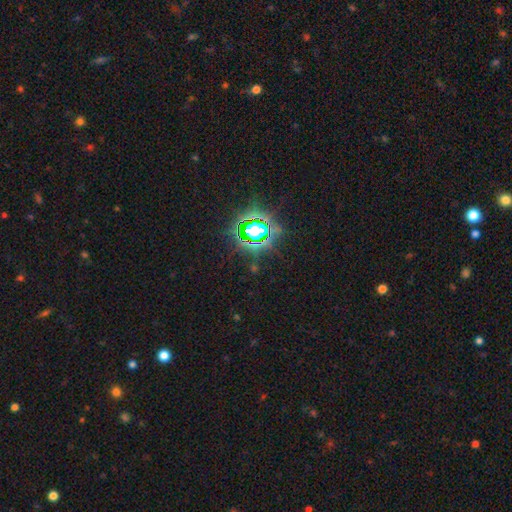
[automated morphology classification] Smooth or featured?
  - star or artifact: 83% *
  - smooth: 11%
  - featured or disk: 6%